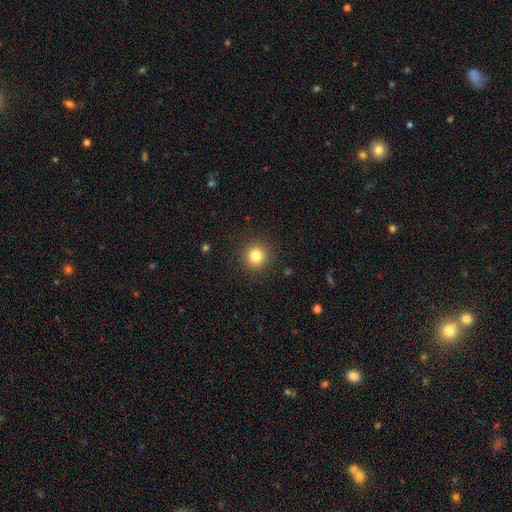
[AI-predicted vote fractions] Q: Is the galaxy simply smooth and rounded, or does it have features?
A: smooth — 82%.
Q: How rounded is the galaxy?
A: round — 93%.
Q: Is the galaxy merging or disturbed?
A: none — 90%.